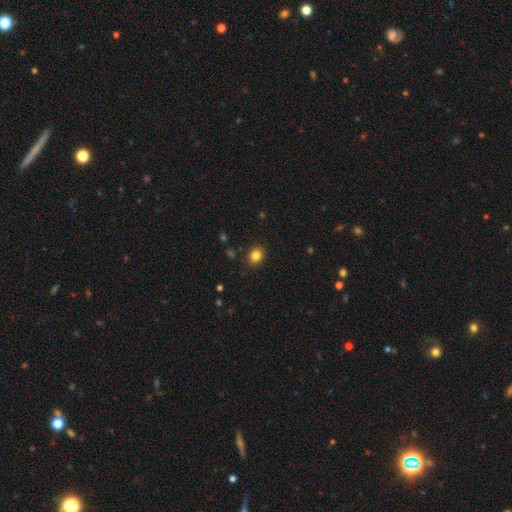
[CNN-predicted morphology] smooth 84%, star or artifact 11%, featured or disk 5%. Down the decision tree: how rounded — round (61%); merging — none (88%).